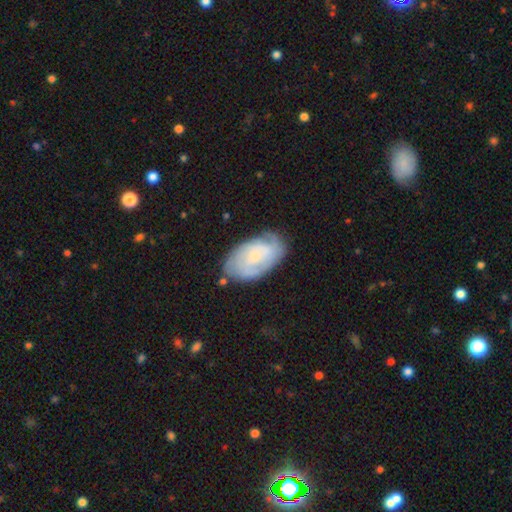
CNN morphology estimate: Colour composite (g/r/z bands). It shows a featured or disk galaxy (61%) with no bar (66%), spiral arms (83%) and a small central bulge (66%). Merging: none (68%).